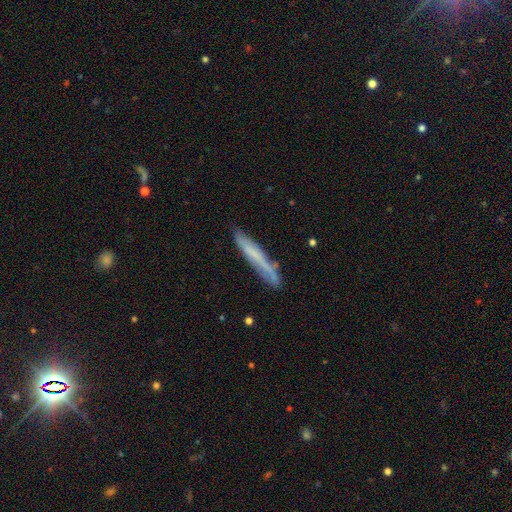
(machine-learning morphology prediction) This appears to be a smooth galaxy with no disk features (53%) that is cigar-shaped (94%). Merging: none (75%).